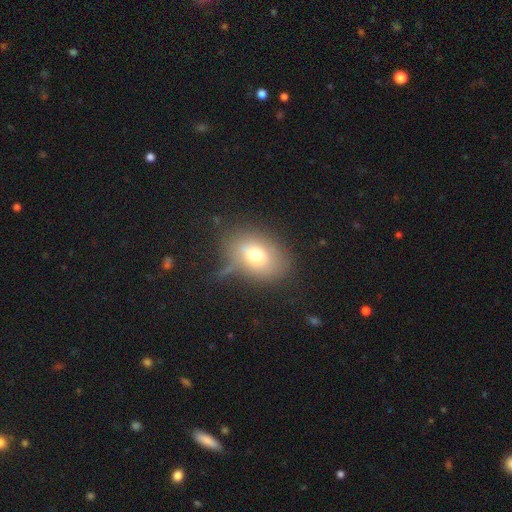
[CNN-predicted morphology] smooth_or_featured: smooth (p=0.72) [alt: featured or disk p=0.17]
how_rounded: in between (p=0.73) [alt: round p=0.26]
merging: none (p=0.67) [alt: minor disturbance p=0.19]